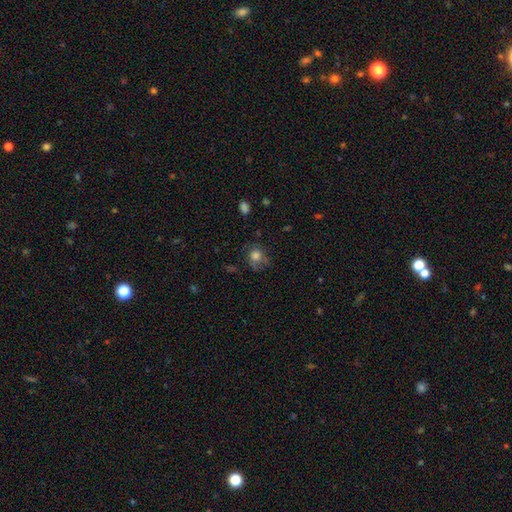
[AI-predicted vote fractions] Q: Smooth or featured?
A: smooth (74%); runner-up: featured or disk (15%)
Q: How rounded?
A: round (73%); runner-up: in between (26%)
Q: Merging?
A: none (57%); runner-up: minor disturbance (25%)